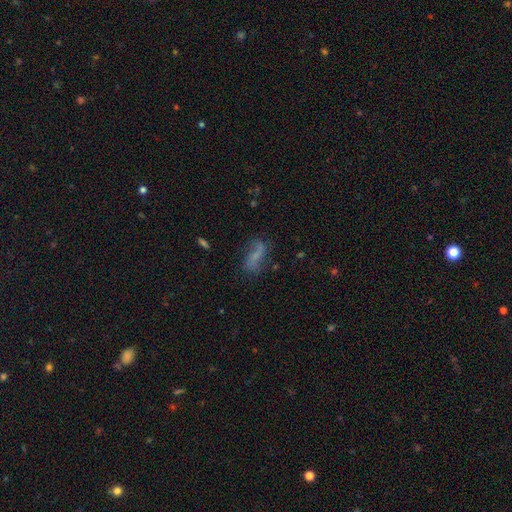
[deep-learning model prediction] smooth-or-featured: featured or disk: 45% | smooth: 43% | star or artifact: 12%
  merging: none: 60% | minor disturbance: 22% | major disturbance: 14% | merger: 4%